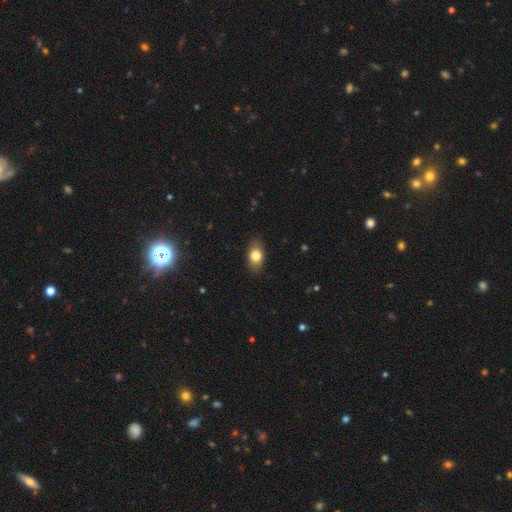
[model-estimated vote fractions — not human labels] The model was most divided on "smooth or featured": smooth: 79%, featured or disk: 13%, star or artifact: 8%. More confident: merging — none (84%); how rounded — in between (83%).